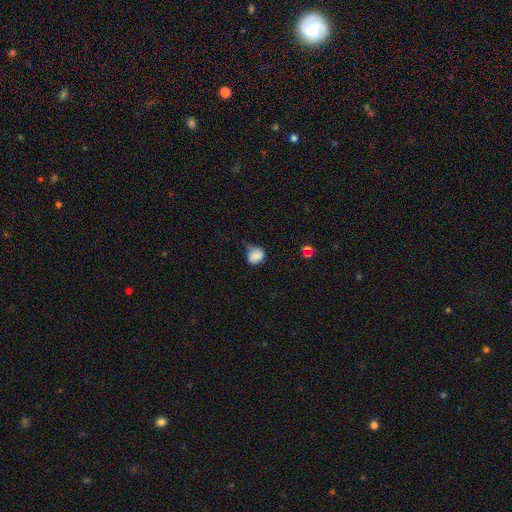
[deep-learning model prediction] This is likely a smooth galaxy (78%). How rounded: likely round (72%). Merging: marginally none (45%).